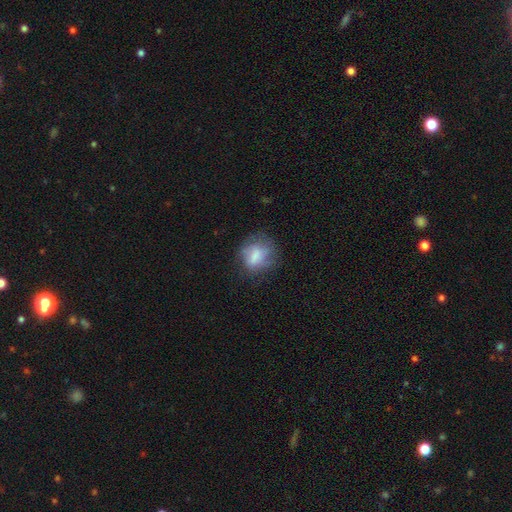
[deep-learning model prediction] Overall: smooth (63%; featured or disk 27%). How rounded: round (57%; in between 42%). Merging: none (57%; minor disturbance 25%).